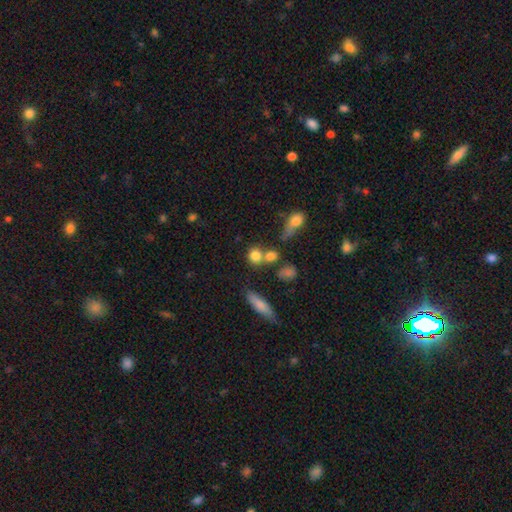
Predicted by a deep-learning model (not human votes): Smooth or featured?
  - smooth: 79% *
  - star or artifact: 11%
  - featured or disk: 10%
How rounded?
  - round: 75% *
  - in between: 21%
  - cigar-shaped: 4%
Merging?
  - none: 51% *
  - merger: 32%
  - minor disturbance: 11%
  - major disturbance: 5%